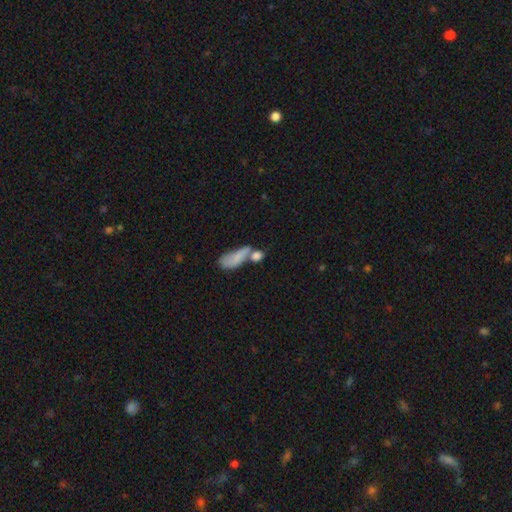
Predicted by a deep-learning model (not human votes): smooth 74%, featured or disk 15%, star or artifact 10%. Down the decision tree: how rounded — in between (56%); merging — merger (50%).